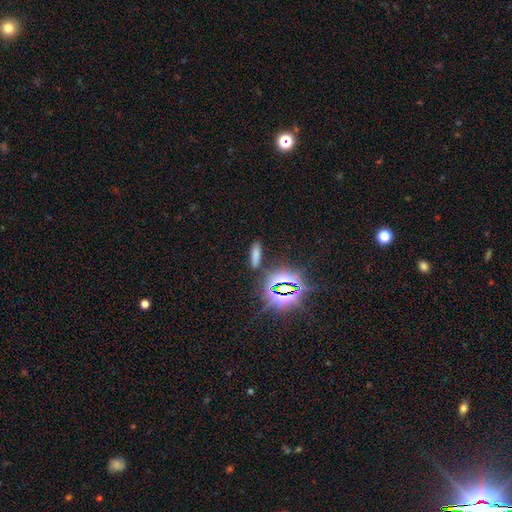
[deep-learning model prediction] The model was most divided on "how rounded": cigar-shaped: 58%, in between: 37%, round: 5%. More confident: merging — none (82%); smooth or featured — smooth (64%).